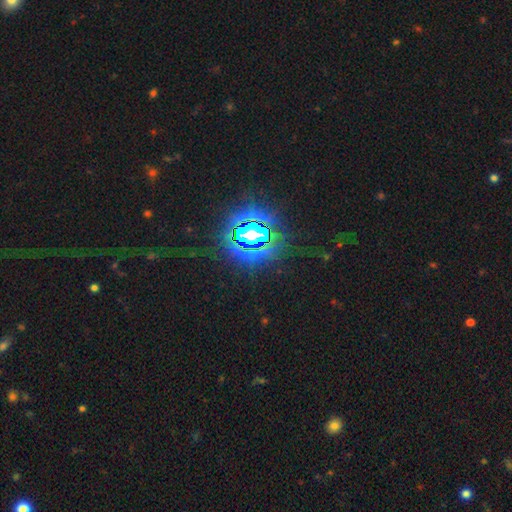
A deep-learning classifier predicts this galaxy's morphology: smooth_or_featured: star or artifact (p=0.83) [alt: smooth p=0.11]